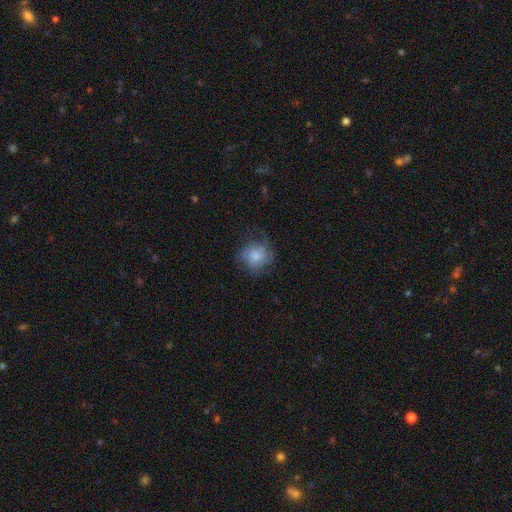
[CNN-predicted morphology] Smooth or featured?
  - smooth: 54% *
  - featured or disk: 37%
  - star or artifact: 9%
How rounded?
  - round: 78% *
  - in between: 21%
  - cigar-shaped: 1%
Merging?
  - none: 55% *
  - minor disturbance: 23%
  - major disturbance: 20%
  - merger: 1%